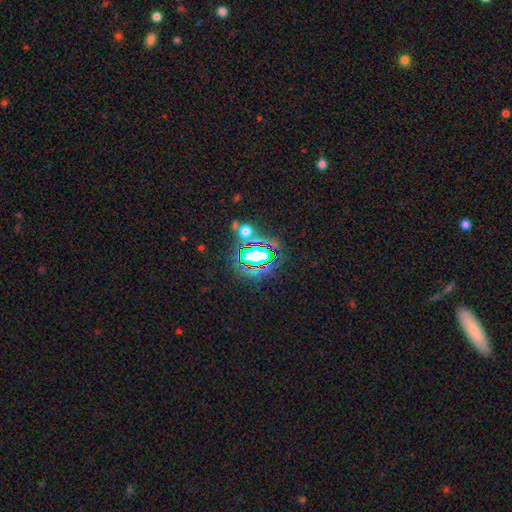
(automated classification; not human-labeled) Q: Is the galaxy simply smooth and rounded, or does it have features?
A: star or artifact — 67%.